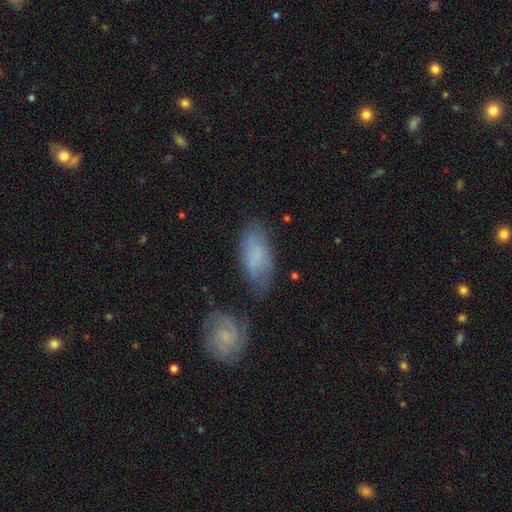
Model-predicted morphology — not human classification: This is likely a smooth galaxy (69%). How rounded: clearly in between (87%). Merging: possibly none (60%).